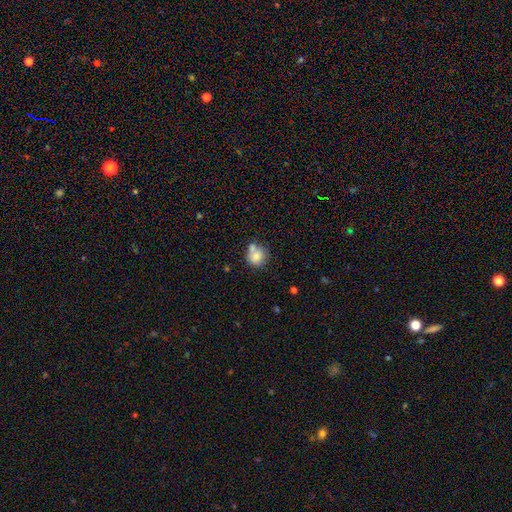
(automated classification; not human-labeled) The model was most divided on "merging": none: 43%, merger: 36%, minor disturbance: 15%, major disturbance: 6%. More confident: how rounded — round (78%); smooth or featured — smooth (77%).